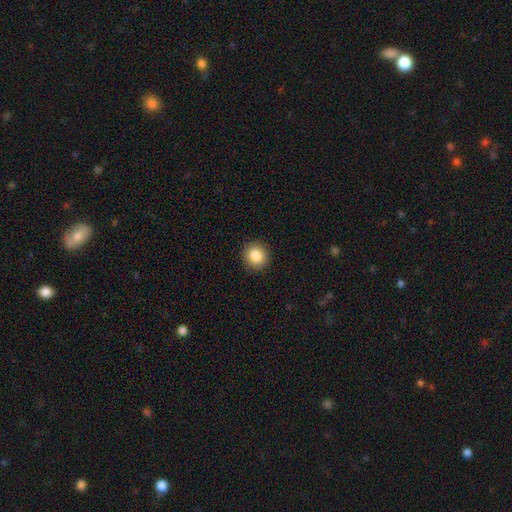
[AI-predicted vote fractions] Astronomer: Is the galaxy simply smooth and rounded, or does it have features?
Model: smooth — 86%.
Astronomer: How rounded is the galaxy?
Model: round — 86%.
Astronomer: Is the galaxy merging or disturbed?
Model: none — 91%.